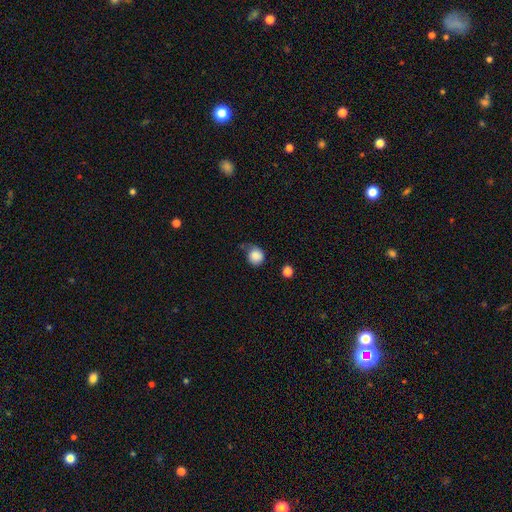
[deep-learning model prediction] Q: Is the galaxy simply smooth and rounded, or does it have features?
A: smooth — 85%.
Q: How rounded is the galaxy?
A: round — 84%.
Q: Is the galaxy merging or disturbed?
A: none — 48%.